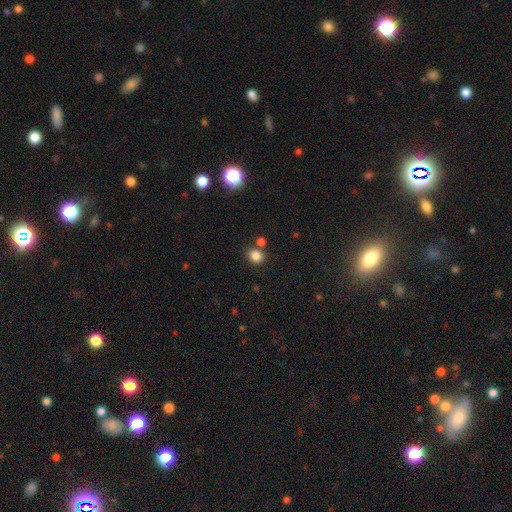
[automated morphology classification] Smooth or featured? smooth (83%)
How rounded? round (74%)
Merging? none (72%)